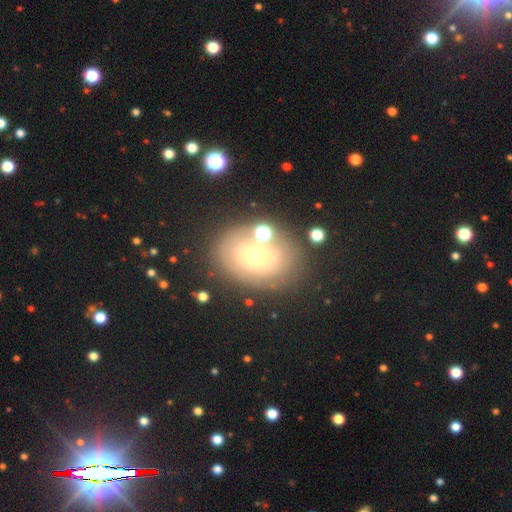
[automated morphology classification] A smooth galaxy with no disk features (46%).

Vote fractions:
- Smooth or featured? smooth: 46% / featured or disk: 40% / star or artifact: 14%
- Merging? none: 67% / minor disturbance: 17% / major disturbance: 9% / merger: 8%